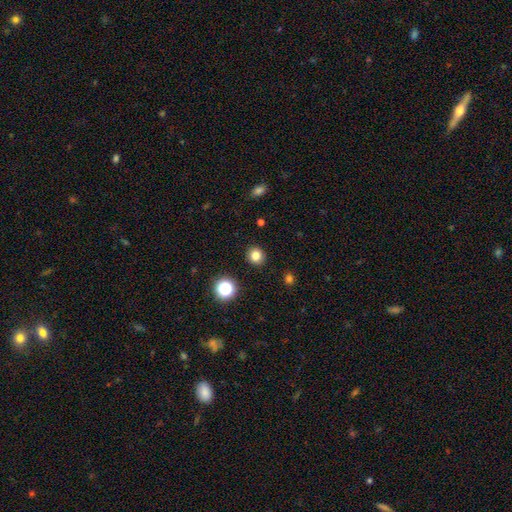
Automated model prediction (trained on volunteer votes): Smooth or featured?
  - smooth: 81% *
  - star or artifact: 14%
  - featured or disk: 6%
How rounded?
  - round: 87% *
  - in between: 12%
  - cigar-shaped: 1%
Merging?
  - none: 91% *
  - minor disturbance: 5%
  - major disturbance: 2%
  - merger: 1%